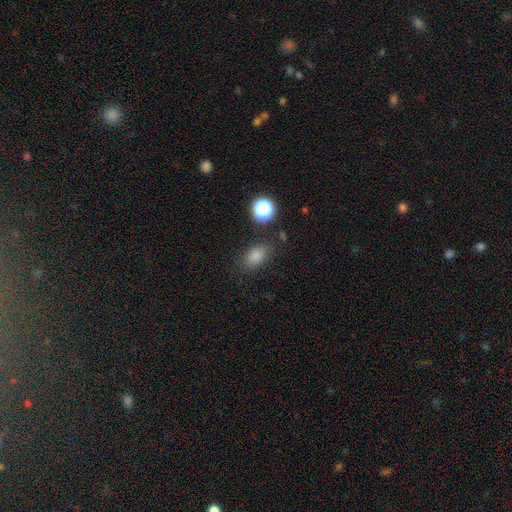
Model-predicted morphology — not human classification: A smooth galaxy with no disk features (78%) that is in between round and cigar-shaped (78%). Merging: none (80%).